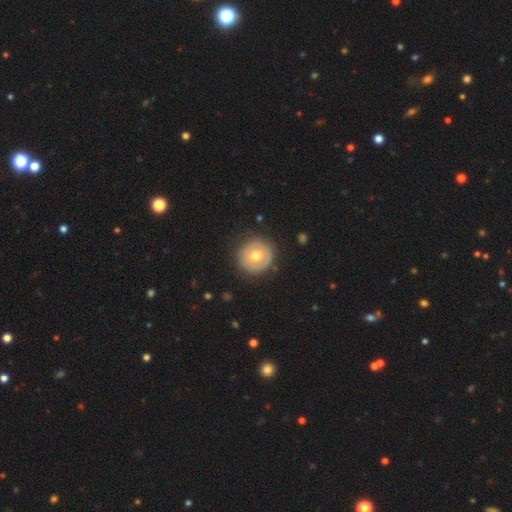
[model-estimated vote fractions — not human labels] A smooth galaxy with no disk features (56%) that is round (92%).

Vote fractions:
- Smooth or featured? smooth: 56% / featured or disk: 38% / star or artifact: 6%
- How rounded? round: 92% / in between: 7% / cigar-shaped: 1%
- Merging? none: 84% / minor disturbance: 11% / major disturbance: 3% / merger: 1%